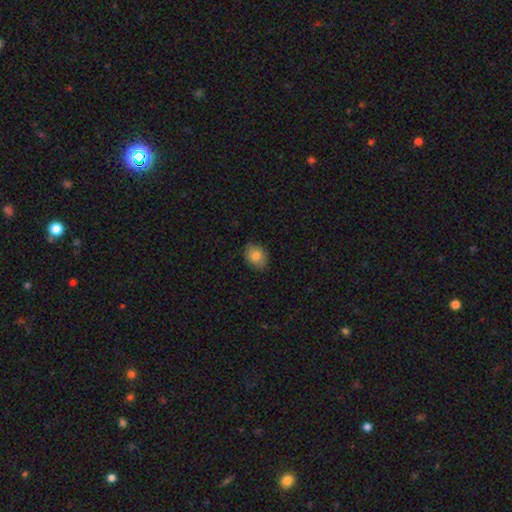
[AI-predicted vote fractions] This appears to be a smooth galaxy with no disk features (83%) that is in between round and cigar-shaped (66%). Merging: none (84%).